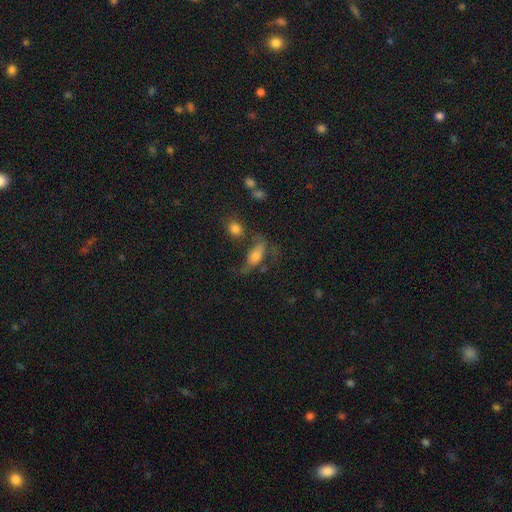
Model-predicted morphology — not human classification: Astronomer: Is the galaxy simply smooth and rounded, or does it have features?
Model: smooth — 57%.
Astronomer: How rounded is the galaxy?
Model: in between — 67%.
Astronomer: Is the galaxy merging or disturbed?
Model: none — 44% (runner-up: minor disturbance, 22%).